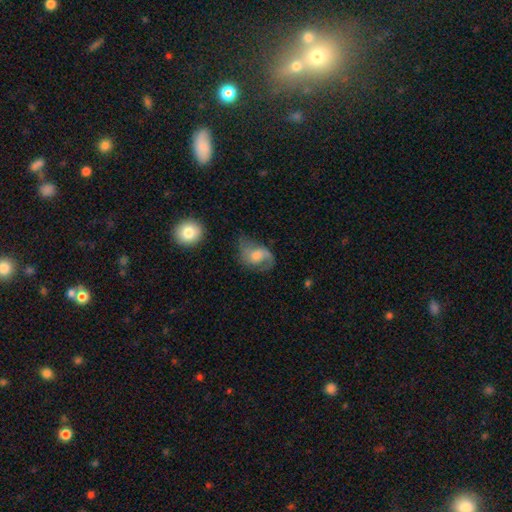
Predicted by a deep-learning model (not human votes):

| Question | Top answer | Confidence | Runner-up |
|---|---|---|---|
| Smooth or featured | featured or disk | 60% | smooth (32%) |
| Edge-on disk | no | 97% | yes (3%) |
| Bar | no | 58% | weak (35%) |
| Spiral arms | yes | 84% | no (16%) |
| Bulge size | moderate | 48% | small (26%) |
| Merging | none | 43% | major disturbance (28%) |